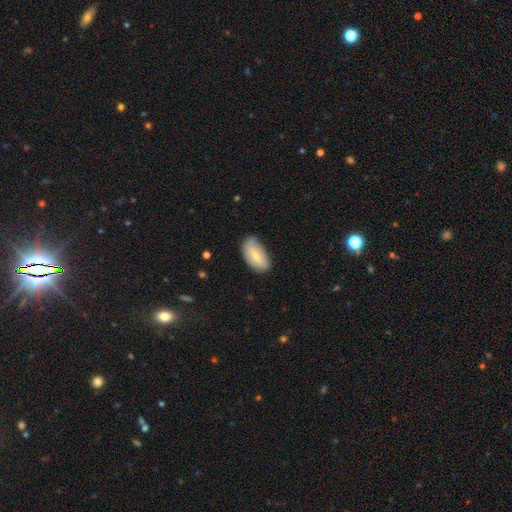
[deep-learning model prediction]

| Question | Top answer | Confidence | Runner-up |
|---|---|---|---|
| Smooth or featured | smooth | 67% | featured or disk (27%) |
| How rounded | in between | 94% | round (4%) |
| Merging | none | 62% | minor disturbance (30%) |